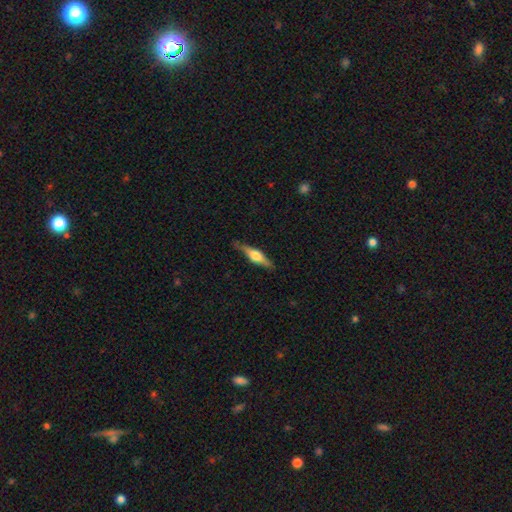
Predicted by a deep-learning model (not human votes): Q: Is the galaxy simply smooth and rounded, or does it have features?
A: featured or disk — 64%.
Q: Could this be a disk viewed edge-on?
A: yes — 96%.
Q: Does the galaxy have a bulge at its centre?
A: rounded — 89%.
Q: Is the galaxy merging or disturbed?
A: none — 82%.